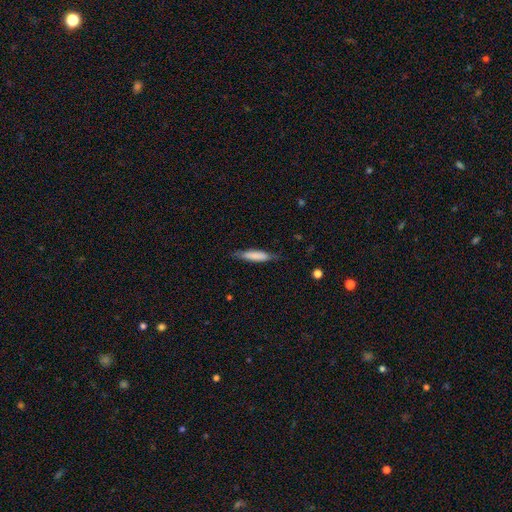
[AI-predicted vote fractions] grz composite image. It shows a smooth galaxy with no disk features (75%) that is cigar-shaped (81%). Merging: none (78%).